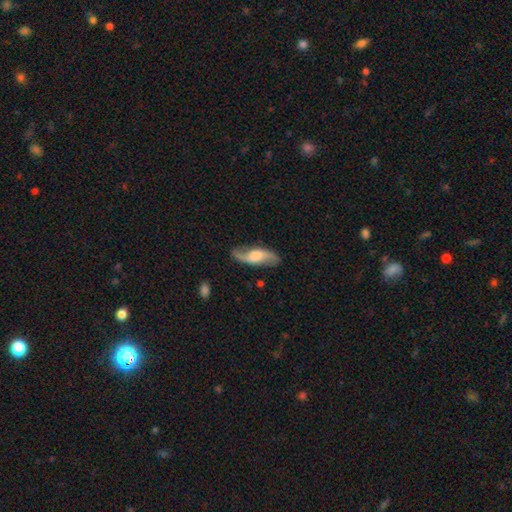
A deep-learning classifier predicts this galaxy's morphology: This appears to be a featured or disk galaxy (72%) with no bar (48%), 2 (91%) loose (73%) spiral arms (93%) and a large central bulge (38%). Merging: none (79%).